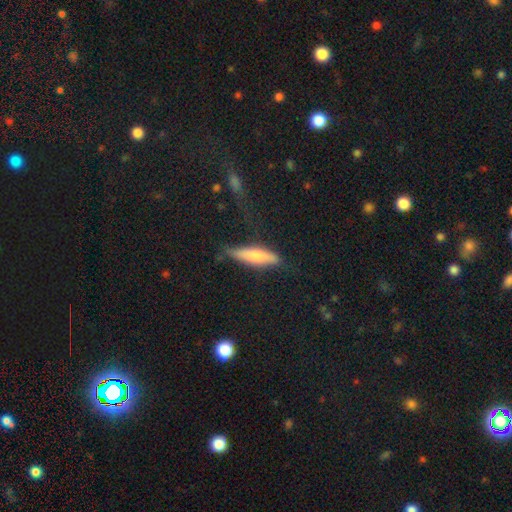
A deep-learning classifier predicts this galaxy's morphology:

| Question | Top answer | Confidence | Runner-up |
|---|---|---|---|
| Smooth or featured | smooth | 69% | featured or disk (25%) |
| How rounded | cigar-shaped | 73% | in between (26%) |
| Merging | none | 63% | minor disturbance (25%) |